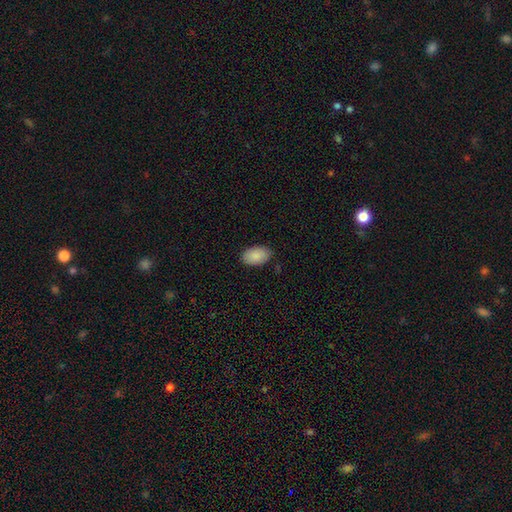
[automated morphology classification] Smooth or featured: smooth — 89% (star or artifact — 6%)
How rounded: in between — 93% (round — 6%)
Merging: none — 85% (minor disturbance — 12%)